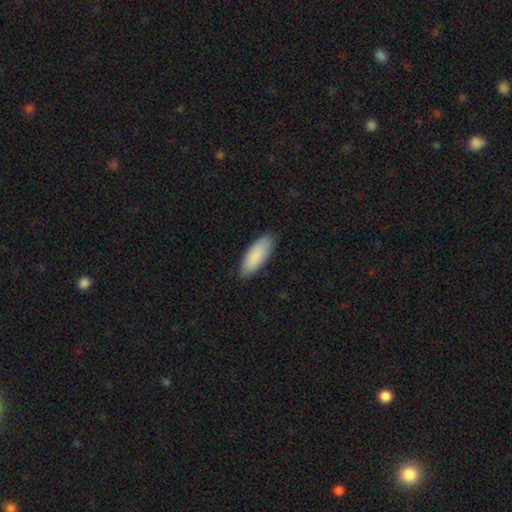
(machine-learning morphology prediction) A smooth galaxy with no disk features (89%) that is in between round and cigar-shaped (73%).

Vote fractions:
- Smooth or featured? smooth: 89% / featured or disk: 6% / star or artifact: 5%
- How rounded? in between: 73% / cigar-shaped: 26% / round: 1%
- Merging? none: 86% / minor disturbance: 11% / major disturbance: 2% / merger: 1%